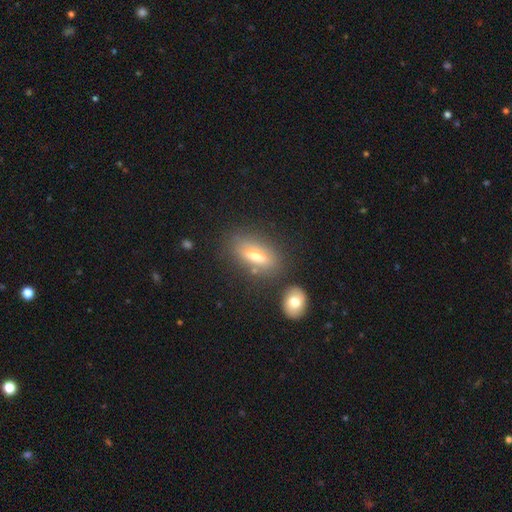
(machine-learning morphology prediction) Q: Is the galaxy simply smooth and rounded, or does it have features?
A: smooth — 55%.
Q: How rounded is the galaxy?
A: in between — 69%.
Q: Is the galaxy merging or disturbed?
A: none — 71%.